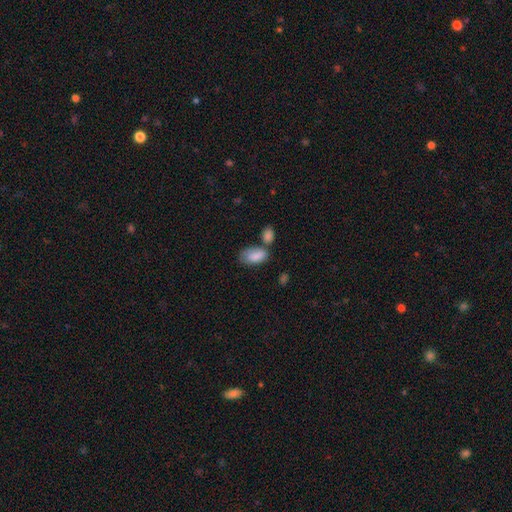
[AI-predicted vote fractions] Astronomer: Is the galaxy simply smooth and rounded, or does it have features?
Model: smooth — 84%.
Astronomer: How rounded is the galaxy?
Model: in between — 93%.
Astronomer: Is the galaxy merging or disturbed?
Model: none — 41% (runner-up: merger, 29%).